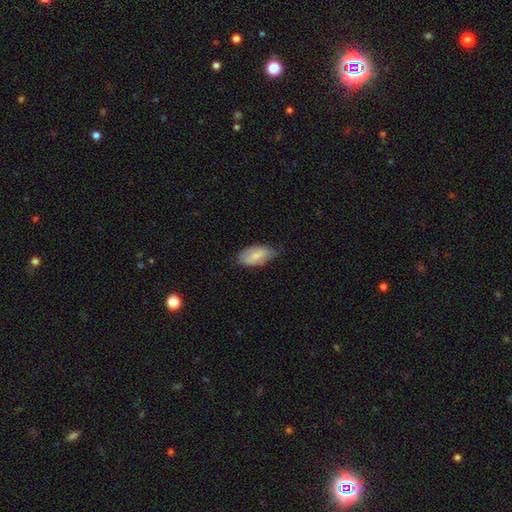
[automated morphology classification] This is likely a smooth galaxy (68%). How rounded: clearly in between (94%). Merging: likely none (62%).